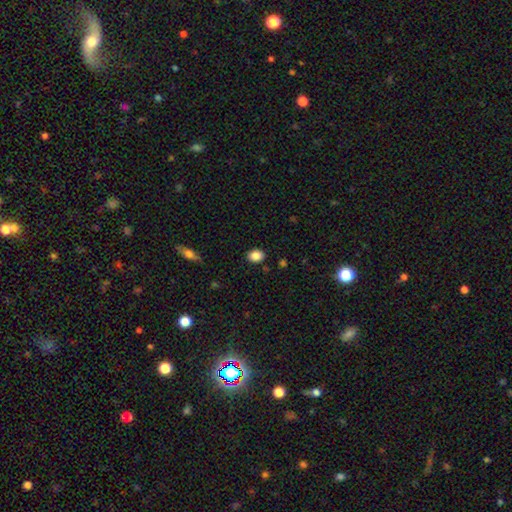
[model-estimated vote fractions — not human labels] Overall: smooth (87%). How rounded: in between (65%; round 34%). Merging: none (87%).